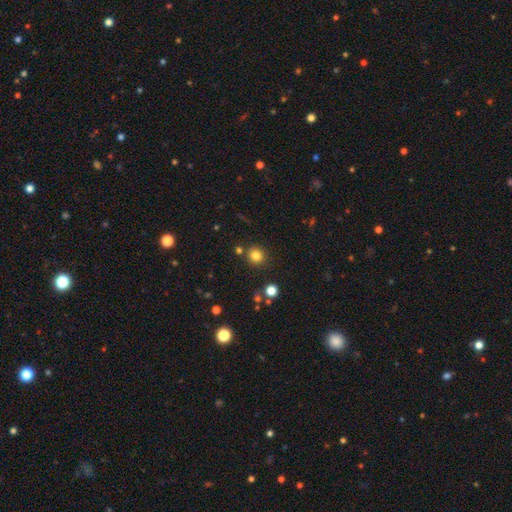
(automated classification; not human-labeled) Smooth or featured?
  - smooth: 81% *
  - star or artifact: 14%
  - featured or disk: 5%
How rounded?
  - round: 90% *
  - in between: 9%
  - cigar-shaped: 1%
Merging?
  - none: 85% *
  - minor disturbance: 7%
  - merger: 5%
  - major disturbance: 3%